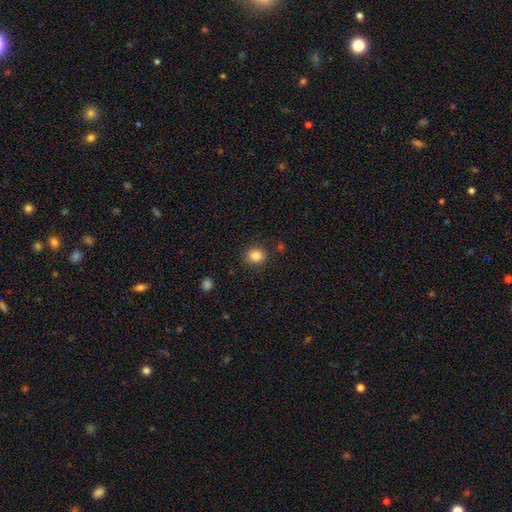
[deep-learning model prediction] Overall: smooth (84%). How rounded: round (74%). Merging: none (86%).